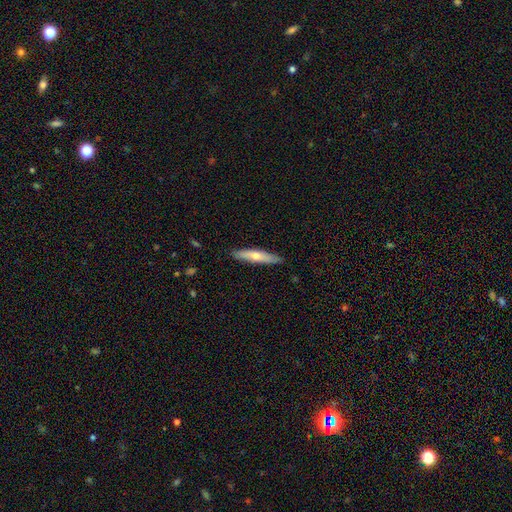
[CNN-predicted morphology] Overall: featured or disk (49%; smooth 45%). Merging: none (89%).